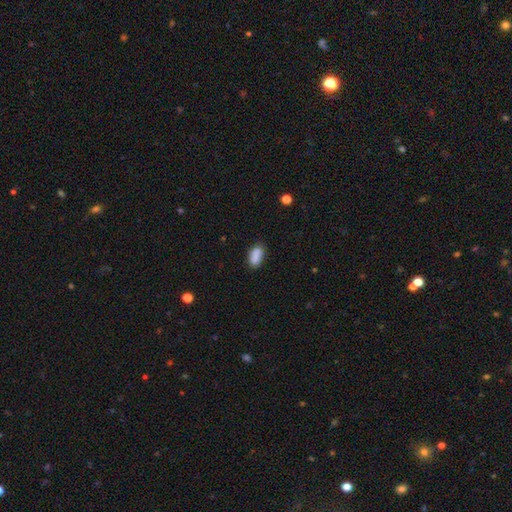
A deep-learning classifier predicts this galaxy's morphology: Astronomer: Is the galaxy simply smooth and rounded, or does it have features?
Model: smooth — 82%.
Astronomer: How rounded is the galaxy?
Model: in between — 88%.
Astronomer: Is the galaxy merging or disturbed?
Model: none — 67%.